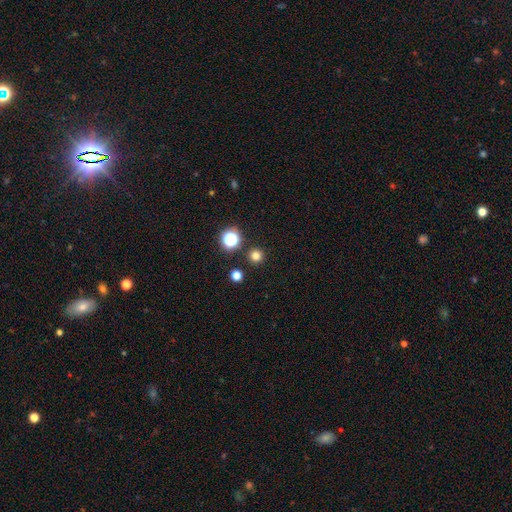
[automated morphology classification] A smooth galaxy with no disk features (77%) that is round (96%).

Vote fractions:
- Smooth or featured? smooth: 77% / star or artifact: 19% / featured or disk: 5%
- How rounded? round: 96% / in between: 3% / cigar-shaped: 1%
- Merging? none: 91% / minor disturbance: 5% / merger: 3% / major disturbance: 2%